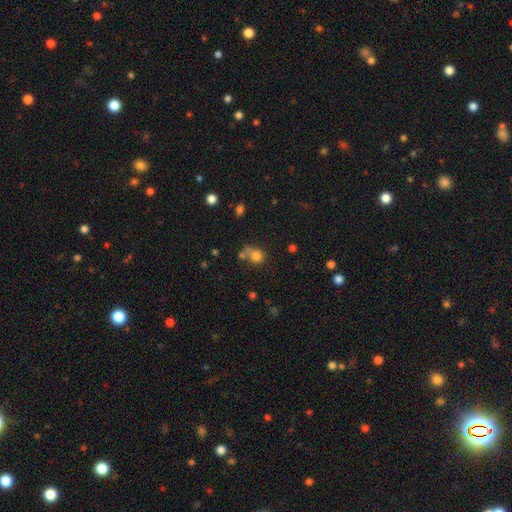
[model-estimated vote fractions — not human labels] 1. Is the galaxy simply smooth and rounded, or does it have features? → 78% smooth, 13% star or artifact, 9% featured or disk.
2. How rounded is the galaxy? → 73% round, 26% in between, 1% cigar-shaped.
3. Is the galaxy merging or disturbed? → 44% none, 31% merger, 16% minor disturbance, 9% major disturbance.